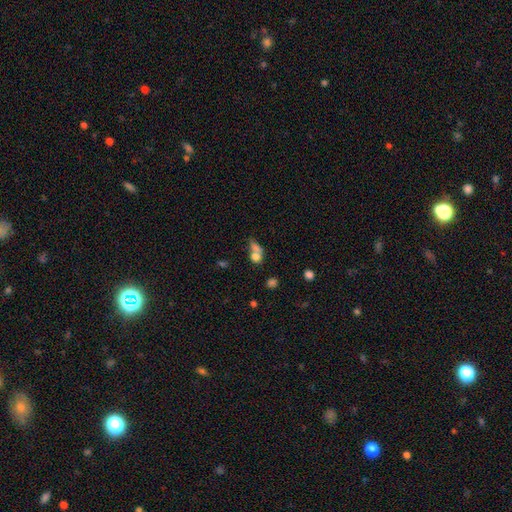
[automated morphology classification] Smooth or featured?
  - smooth: 72% *
  - featured or disk: 16%
  - star or artifact: 12%
How rounded?
  - round: 51% *
  - in between: 44%
  - cigar-shaped: 6%
Merging?
  - merger: 52% *
  - none: 29%
  - minor disturbance: 10%
  - major disturbance: 9%